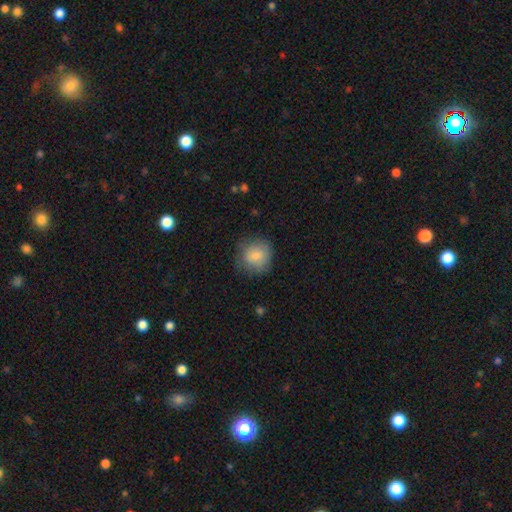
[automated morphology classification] A smooth galaxy with no disk features (81%) that is round (83%).

Vote fractions:
- Smooth or featured? smooth: 81% / featured or disk: 11% / star or artifact: 8%
- How rounded? round: 83% / in between: 16% / cigar-shaped: 1%
- Merging? none: 71% / minor disturbance: 21% / major disturbance: 7% / merger: 1%